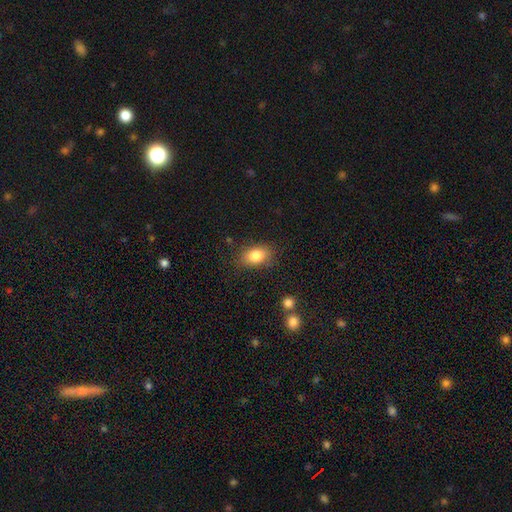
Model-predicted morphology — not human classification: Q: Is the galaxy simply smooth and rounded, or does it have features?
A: smooth — 82%.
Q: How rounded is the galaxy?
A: in between — 82%.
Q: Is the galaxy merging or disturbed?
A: none — 81%.